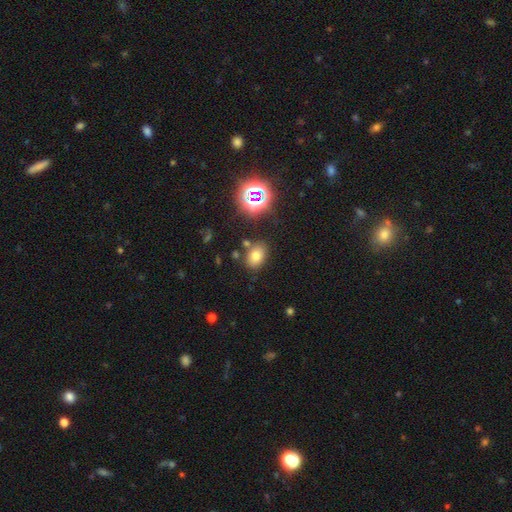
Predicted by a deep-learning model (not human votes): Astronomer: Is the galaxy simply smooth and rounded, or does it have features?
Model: smooth — 72%.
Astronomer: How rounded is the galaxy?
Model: in between — 76%.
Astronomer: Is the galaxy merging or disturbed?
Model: none — 78%.